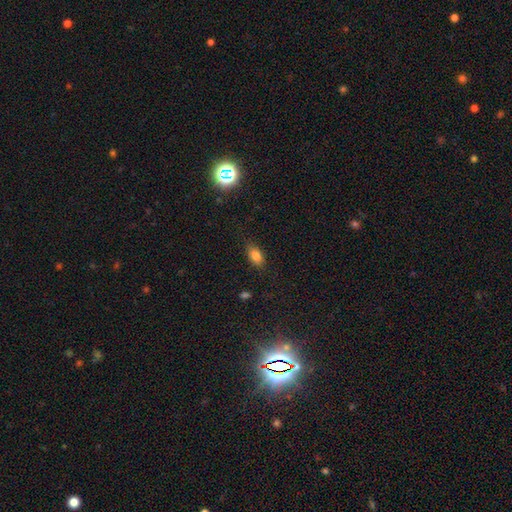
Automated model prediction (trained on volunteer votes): Morphology: type=smooth (81%); roundness=in between (86%); merging=none (80%).